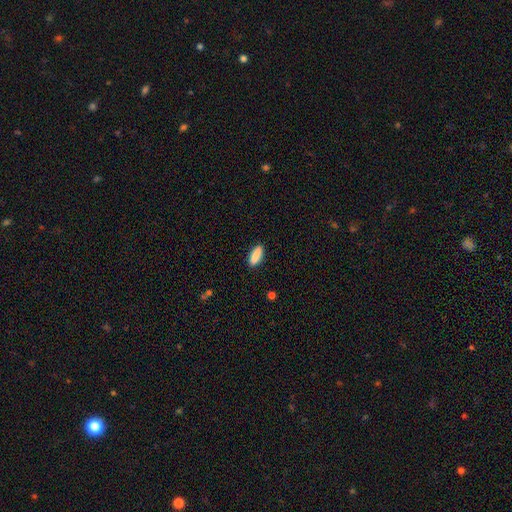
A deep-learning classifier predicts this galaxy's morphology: Overall: smooth (88%). How rounded: in between (59%; cigar-shaped 39%). Merging: none (89%).